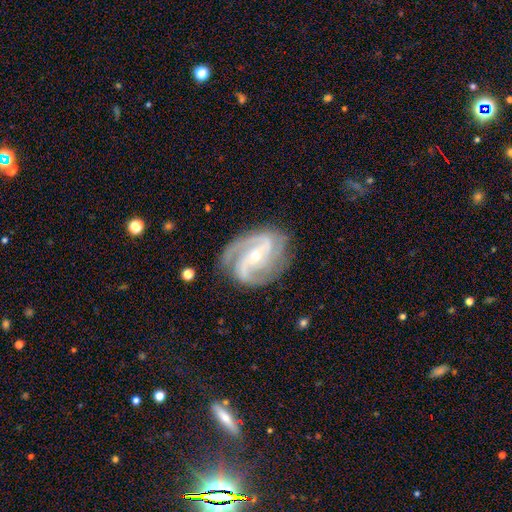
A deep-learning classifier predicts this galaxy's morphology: A featured or disk galaxy (91%) with a strong bar (39%), 2 (49%) medium (53%) spiral arms (98%) and a small central bulge (67%). Merging: none (75%).